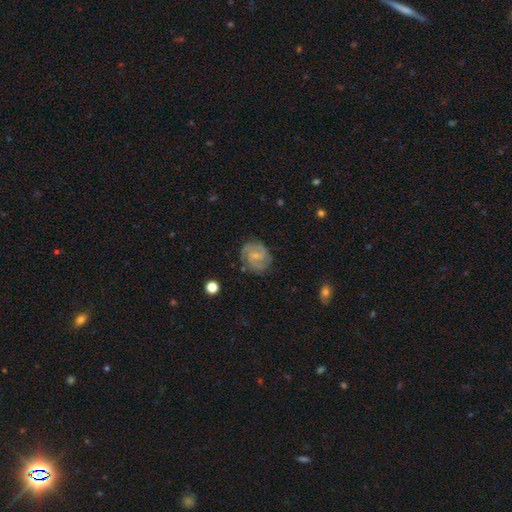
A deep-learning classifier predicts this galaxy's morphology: Q: Smooth or featured?
A: featured or disk (75%); runner-up: smooth (18%)
Q: Edge-on disk?
A: no (98%); runner-up: yes (2%)
Q: Bar?
A: weak (53%); runner-up: no (36%)
Q: Spiral arms?
A: yes (94%); runner-up: no (6%)
Q: Spiral winding?
A: medium (45%); runner-up: tight (42%)
Q: Spiral arm count?
A: 2 (57%); runner-up: 3 (17%)
Q: Bulge size?
A: small (62%); runner-up: moderate (19%)
Q: Merging?
A: none (74%); runner-up: minor disturbance (18%)